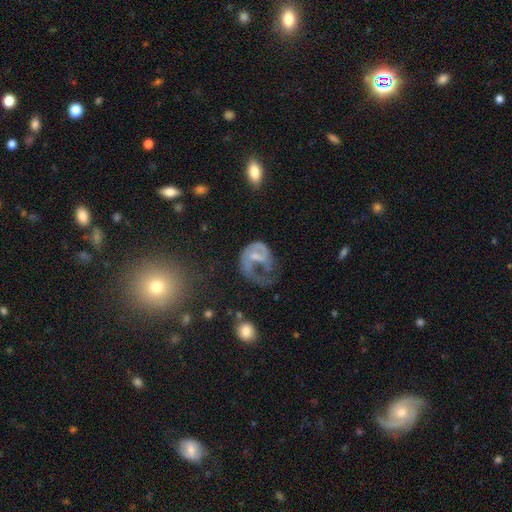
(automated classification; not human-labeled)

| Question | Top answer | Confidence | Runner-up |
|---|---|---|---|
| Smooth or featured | featured or disk | 63% | smooth (28%) |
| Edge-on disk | no | 98% | yes (2%) |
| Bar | no | 60% | weak (30%) |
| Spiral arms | yes | 63% | no (37%) |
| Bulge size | none | 39% | small (31%) |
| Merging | major disturbance | 60% | none (20%) |